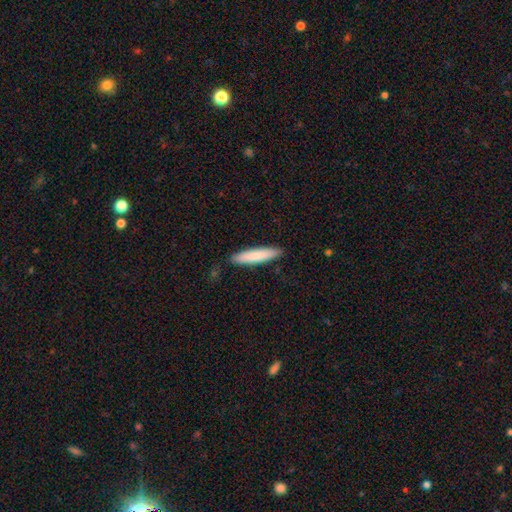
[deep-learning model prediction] Q: Smooth or featured?
A: smooth (82%); runner-up: featured or disk (13%)
Q: How rounded?
A: cigar-shaped (86%); runner-up: in between (13%)
Q: Merging?
A: none (88%); runner-up: minor disturbance (9%)